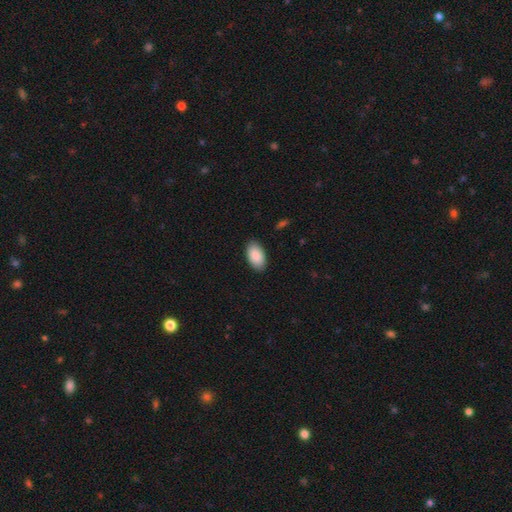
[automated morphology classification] A smooth galaxy with no disk features (91%) that is in between round and cigar-shaped (96%). Merging: none (88%).